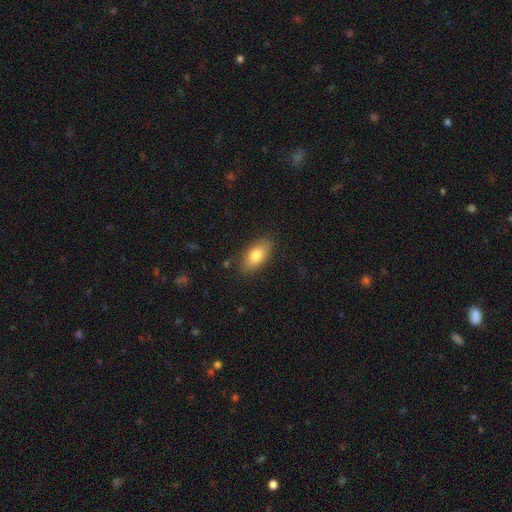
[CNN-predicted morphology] Smooth or featured: smooth — 79% (featured or disk — 15%)
How rounded: in between — 89% (cigar-shaped — 8%)
Merging: none — 83% (minor disturbance — 13%)